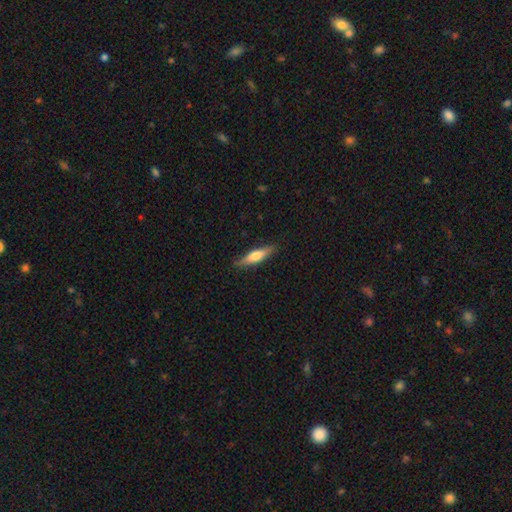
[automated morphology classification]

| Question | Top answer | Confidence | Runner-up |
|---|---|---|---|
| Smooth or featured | smooth | 50% | featured or disk (44%) |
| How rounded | cigar-shaped | 77% | in between (21%) |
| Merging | none | 86% | minor disturbance (11%) |